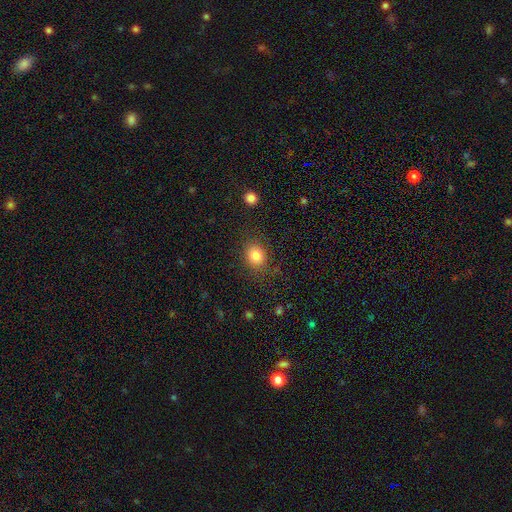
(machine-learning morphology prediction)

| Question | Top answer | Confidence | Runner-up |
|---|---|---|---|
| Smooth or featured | smooth | 82% | star or artifact (11%) |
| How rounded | round | 59% | in between (40%) |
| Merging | none | 82% | minor disturbance (12%) |